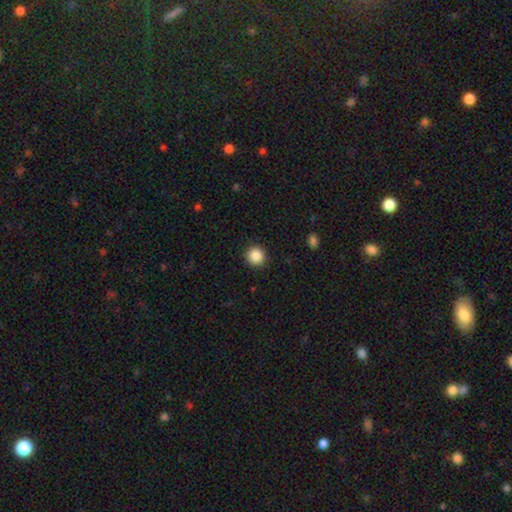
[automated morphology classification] Smooth or featured? Predicted: smooth (p=0.86). How rounded? Predicted: round (p=0.94). Merging? Predicted: none (p=0.92).